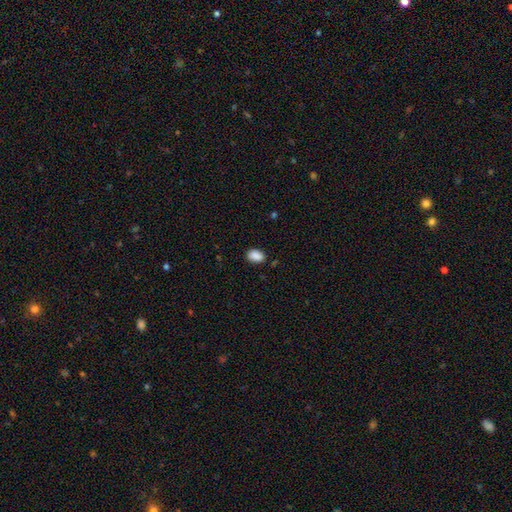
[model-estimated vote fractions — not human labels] A smooth galaxy with no disk features (89%) that is in between round and cigar-shaped (84%). Merging: none (83%).